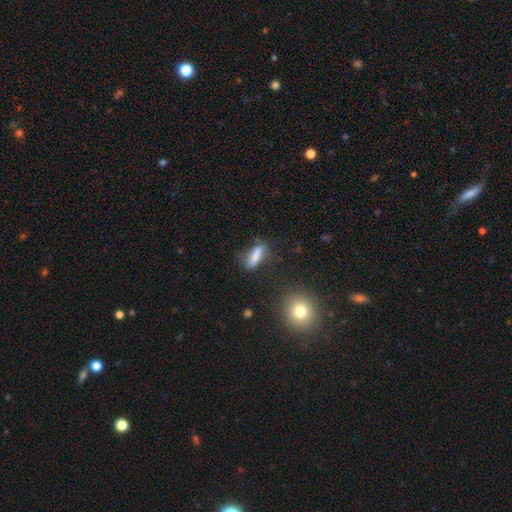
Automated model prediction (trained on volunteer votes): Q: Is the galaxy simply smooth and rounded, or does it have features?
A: smooth — 72%.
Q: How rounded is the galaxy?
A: in between — 52%.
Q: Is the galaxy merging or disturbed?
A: none — 66%.